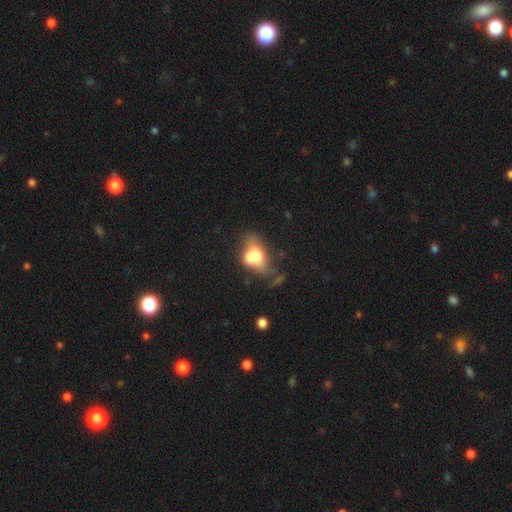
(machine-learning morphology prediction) smooth_or_featured: smooth (p=0.61) [alt: featured or disk p=0.29]
how_rounded: in between (p=0.79) [alt: round p=0.17]
merging: merger (p=0.33) [alt: none p=0.23]